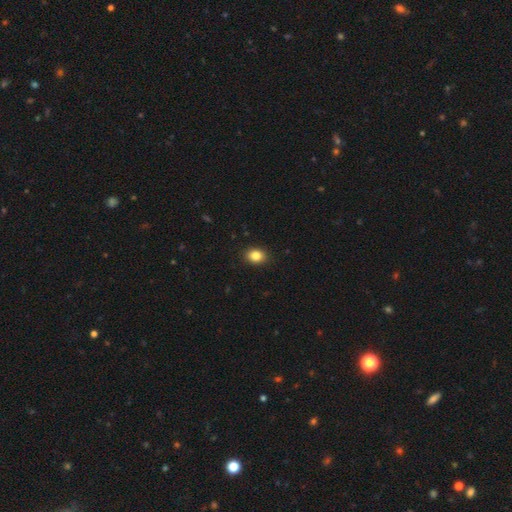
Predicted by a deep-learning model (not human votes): A smooth galaxy with no disk features (85%) that is in between round and cigar-shaped (59%). Merging: none (90%).